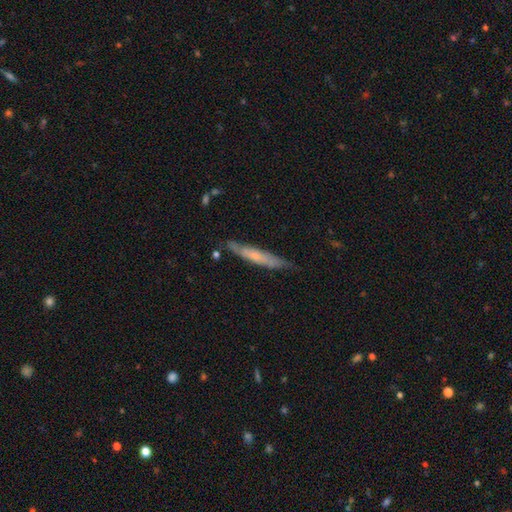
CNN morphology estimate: Smooth or featured? Predicted: featured or disk (p=0.48). Merging? Predicted: none (p=0.75).